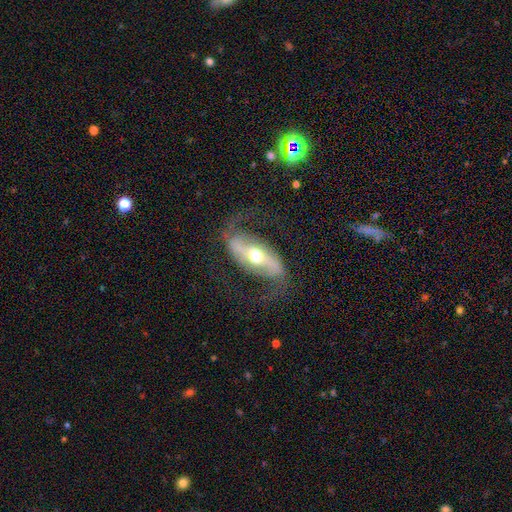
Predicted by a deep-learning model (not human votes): A featured or disk galaxy (85%) with a strong bar (58%), 2 (92%) loose (66%) spiral arms (88%) and a moderate central bulge (74%).

Vote fractions:
- Smooth or featured? featured or disk: 85% / smooth: 10% / star or artifact: 5%
- Edge-on disk? no: 88% / yes: 12%
- Bar? strong: 58% / weak: 22% / no: 20%
- Spiral arms? yes: 88% / no: 12%
- Spiral winding? loose: 66% / medium: 26% / tight: 8%
- Spiral arm count? 2: 92% / can't tell: 3% / 1: 2% / 3: 1% / 4: 1% / more than 4: 1%
- Bulge size? moderate: 74% / small: 15% / large: 9% / dominant: 2% / none: 1%
- Merging? none: 73% / minor disturbance: 14% / major disturbance: 12% / merger: 2%